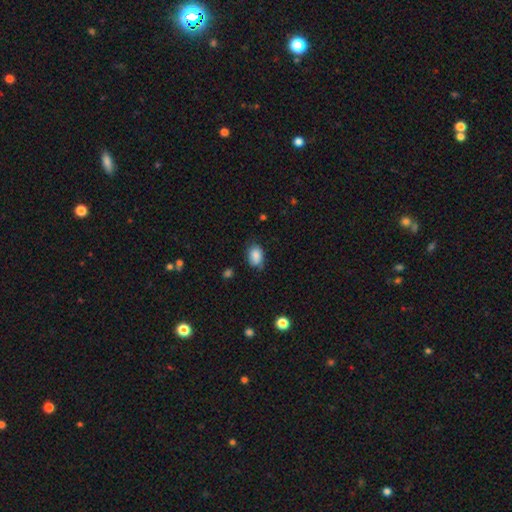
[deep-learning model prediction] Smooth or featured?
  - smooth: 84% *
  - star or artifact: 8%
  - featured or disk: 8%
How rounded?
  - in between: 81% *
  - round: 18%
  - cigar-shaped: 1%
Merging?
  - none: 66% *
  - minor disturbance: 27%
  - major disturbance: 5%
  - merger: 2%